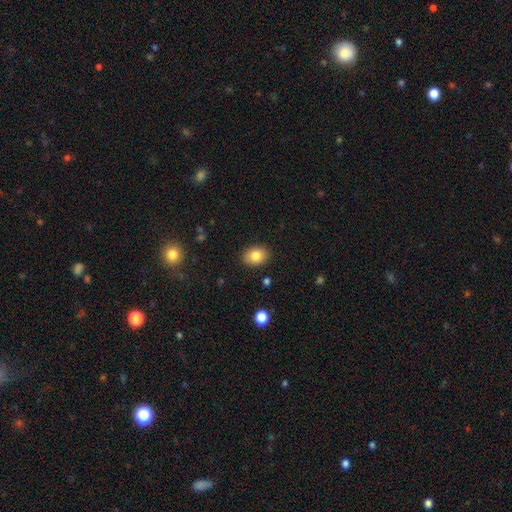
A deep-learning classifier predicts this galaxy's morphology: Overall: smooth (83%). How rounded: in between (66%; round 33%). Merging: none (88%).